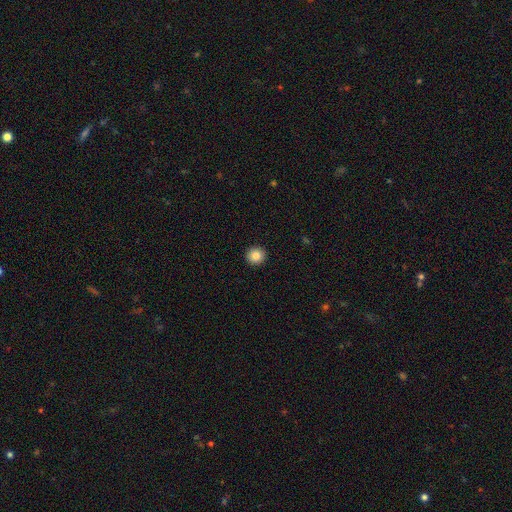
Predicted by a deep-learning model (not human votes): Smooth or featured? smooth (84%)
How rounded? round (94%)
Merging? none (93%)